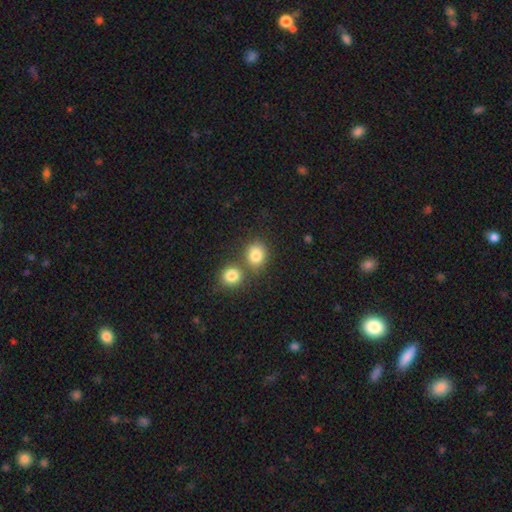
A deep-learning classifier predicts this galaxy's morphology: This appears to be a smooth galaxy with no disk features (82%) that is round (67%). Merging: none (53%).